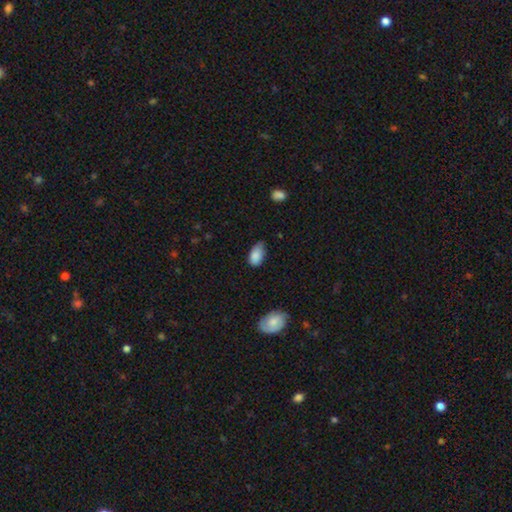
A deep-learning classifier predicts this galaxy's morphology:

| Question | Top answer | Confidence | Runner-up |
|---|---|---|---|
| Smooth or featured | smooth | 86% | star or artifact (7%) |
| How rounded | in between | 93% | round (5%) |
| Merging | none | 52% | minor disturbance (40%) |